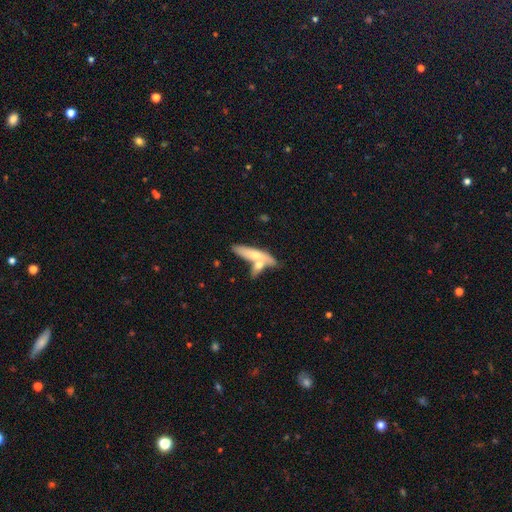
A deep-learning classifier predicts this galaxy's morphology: Smooth or featured? smooth (59%)
How rounded? cigar-shaped (72%)
Merging? none (42%, tied with merger)